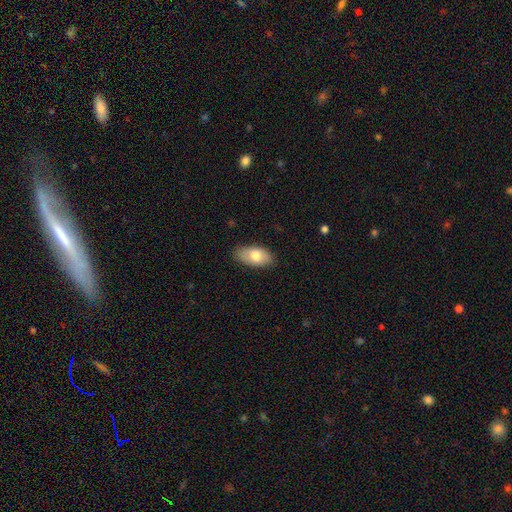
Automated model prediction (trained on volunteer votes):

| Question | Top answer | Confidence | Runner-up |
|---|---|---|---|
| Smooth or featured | smooth | 74% | featured or disk (19%) |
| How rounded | in between | 93% | round (4%) |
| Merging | none | 84% | minor disturbance (13%) |